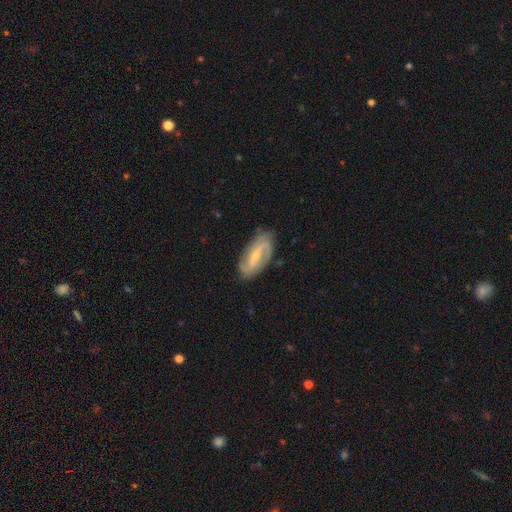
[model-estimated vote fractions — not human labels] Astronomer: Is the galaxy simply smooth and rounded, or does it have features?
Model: featured or disk — 82%.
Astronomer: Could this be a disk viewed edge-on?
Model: no — 93%.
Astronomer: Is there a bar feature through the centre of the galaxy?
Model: strong — 39%, tied with weak at 39%.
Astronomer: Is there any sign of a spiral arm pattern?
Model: yes — 92%.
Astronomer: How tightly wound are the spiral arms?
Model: medium — 40% (runner-up: loose, 35%).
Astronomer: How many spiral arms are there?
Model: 2 — 86%.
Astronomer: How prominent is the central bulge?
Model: small — 62%.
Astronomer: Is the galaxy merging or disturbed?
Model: none — 81%.